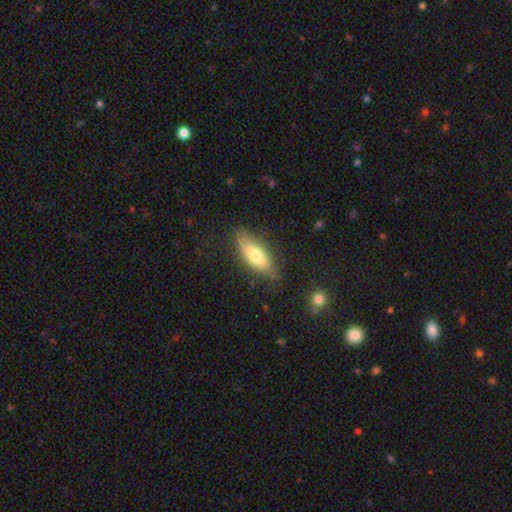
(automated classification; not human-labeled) This is likely a smooth galaxy (68%). How rounded: likely in between (72%). Merging: likely none (76%).